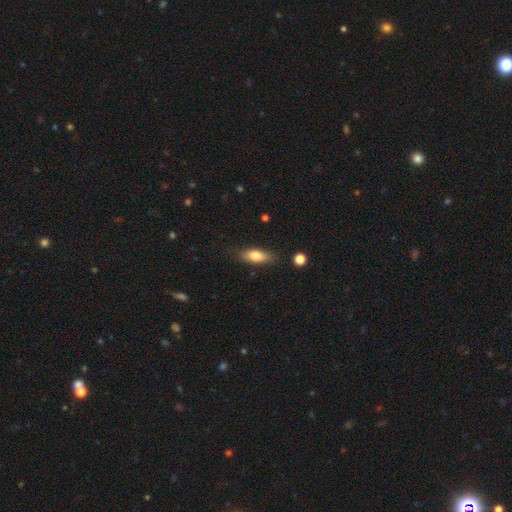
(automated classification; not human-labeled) This is likely a smooth galaxy (76%). How rounded: likely in between (72%). Merging: likely none (76%).